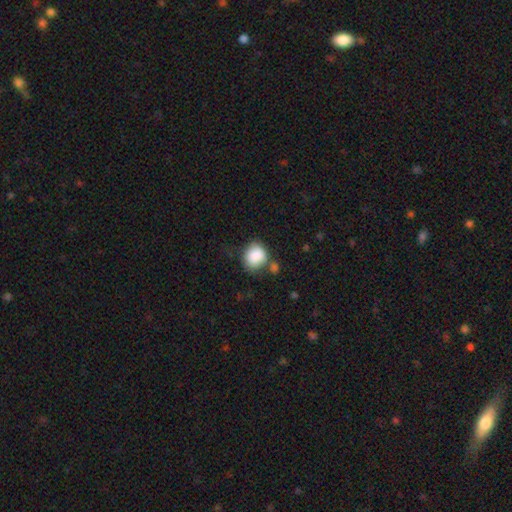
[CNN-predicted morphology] This is clearly a smooth galaxy (87%). How rounded: likely round (66%). Merging: possibly none (55%).